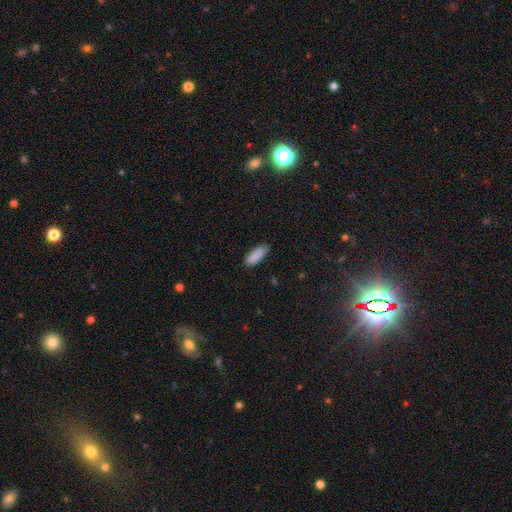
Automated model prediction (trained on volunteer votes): Q: Smooth or featured?
A: smooth (90%); runner-up: star or artifact (6%)
Q: How rounded?
A: in between (71%); runner-up: cigar-shaped (27%)
Q: Merging?
A: none (85%); runner-up: minor disturbance (12%)